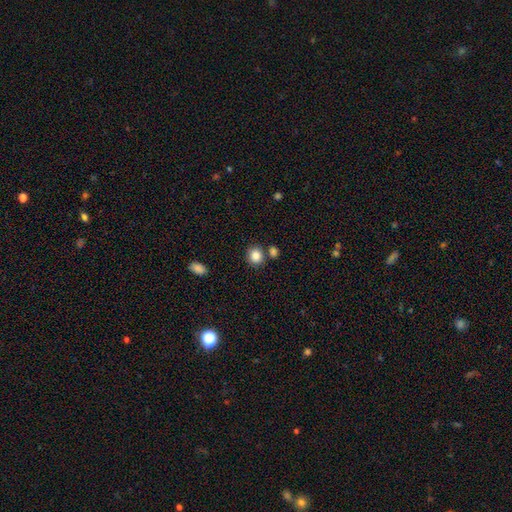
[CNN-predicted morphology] This appears to be a smooth galaxy with no disk features (86%) that is round (77%). Merging: none (74%).